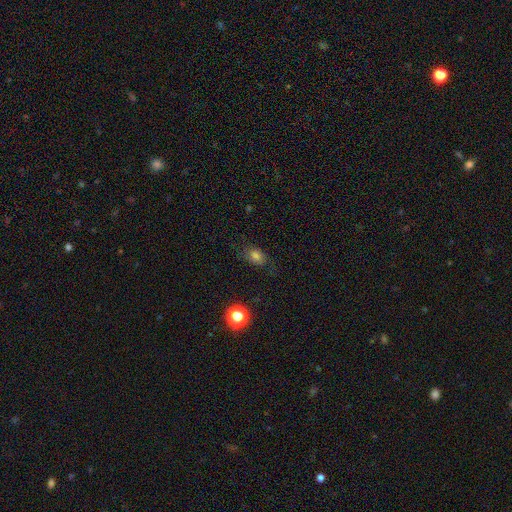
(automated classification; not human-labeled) Smooth or featured? smooth (74%)
How rounded? in between (75%)
Merging? none (71%)